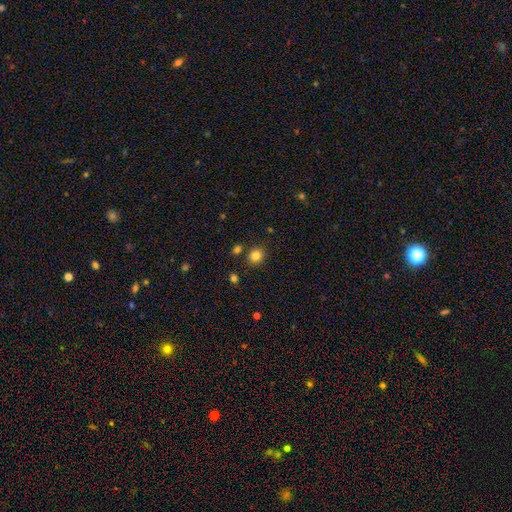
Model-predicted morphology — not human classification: Smooth or featured? Predicted: smooth (p=0.83). How rounded? Predicted: round (p=0.77). Merging? Predicted: none (p=0.84).